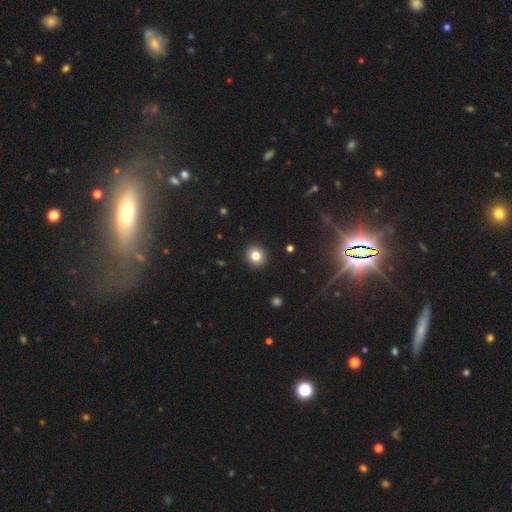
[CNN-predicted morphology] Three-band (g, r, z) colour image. It shows a smooth galaxy with no disk features (82%) that is round (86%). Merging: none (92%).